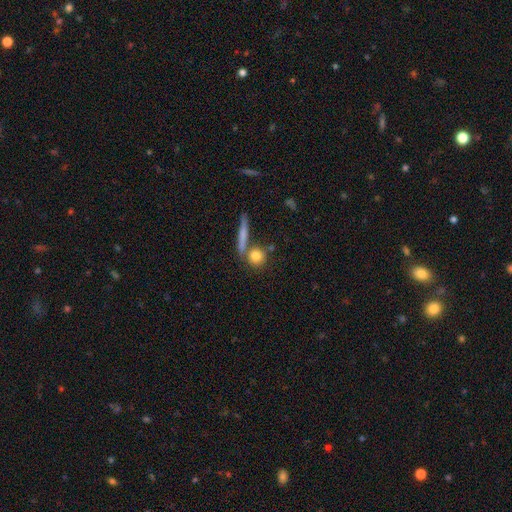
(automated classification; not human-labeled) The model was most divided on "merging": none: 67%, merger: 19%, minor disturbance: 10%, major disturbance: 4%. More confident: how rounded — round (78%); smooth or featured — smooth (78%).